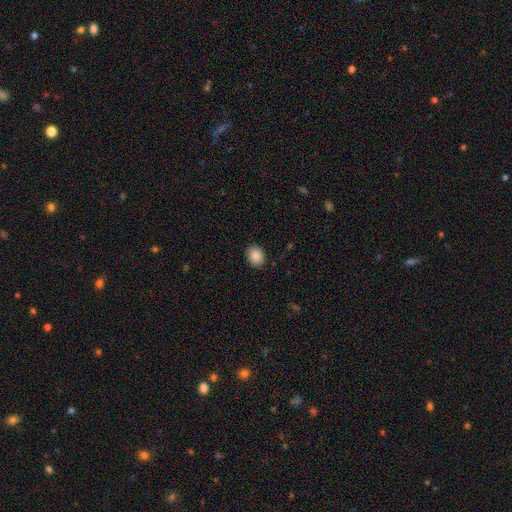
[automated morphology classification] Smooth or featured? Predicted: smooth (p=0.89). How rounded? Predicted: in between (p=0.51). Merging? Predicted: none (p=0.89).